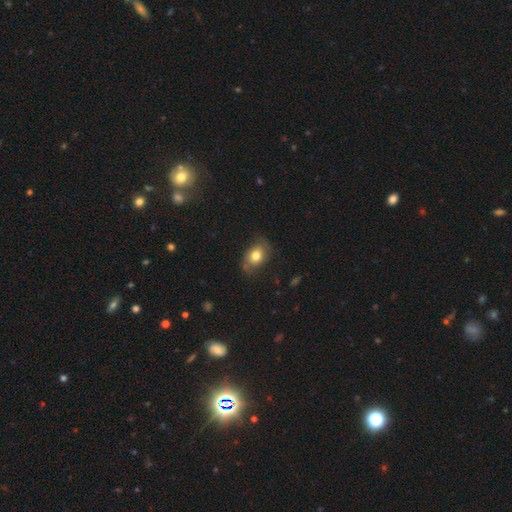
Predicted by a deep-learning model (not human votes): Smooth or featured?
  - smooth: 68% *
  - featured or disk: 24%
  - star or artifact: 9%
How rounded?
  - in between: 71% *
  - round: 28%
  - cigar-shaped: 1%
Merging?
  - none: 66% *
  - minor disturbance: 24%
  - major disturbance: 8%
  - merger: 2%